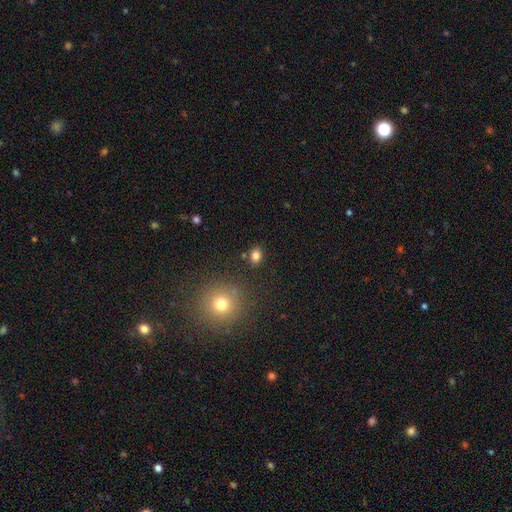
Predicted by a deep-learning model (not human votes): Smooth or featured? Predicted: smooth (p=0.80). How rounded? Predicted: round (p=0.55). Merging? Predicted: none (p=0.83).